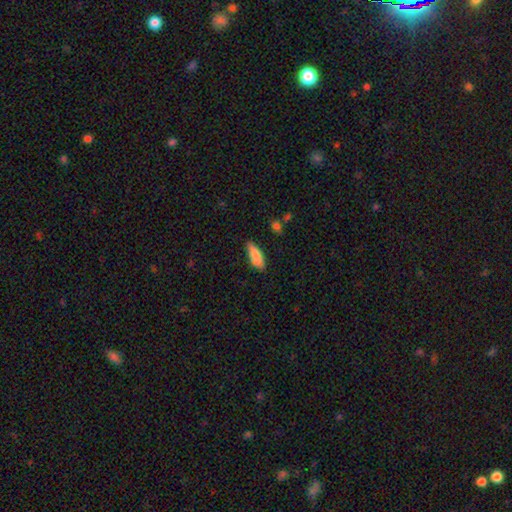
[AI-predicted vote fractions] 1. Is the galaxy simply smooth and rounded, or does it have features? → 82% smooth, 12% featured or disk, 6% star or artifact.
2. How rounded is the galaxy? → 63% in between, 35% cigar-shaped, 2% round.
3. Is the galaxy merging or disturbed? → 70% none, 23% minor disturbance, 4% major disturbance, 3% merger.